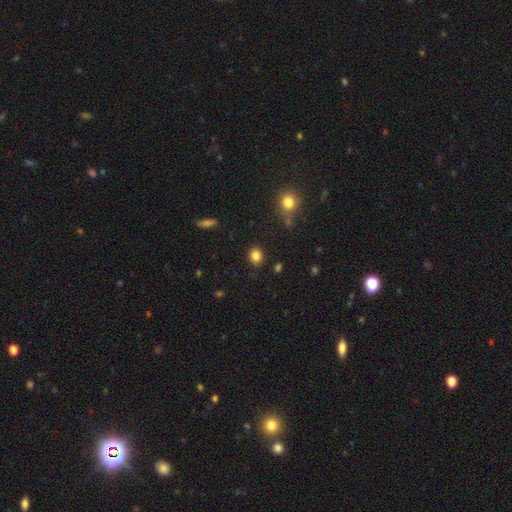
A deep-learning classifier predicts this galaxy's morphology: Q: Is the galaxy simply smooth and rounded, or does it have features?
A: smooth — 84%.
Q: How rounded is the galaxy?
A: round — 55%.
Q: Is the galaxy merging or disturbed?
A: none — 87%.